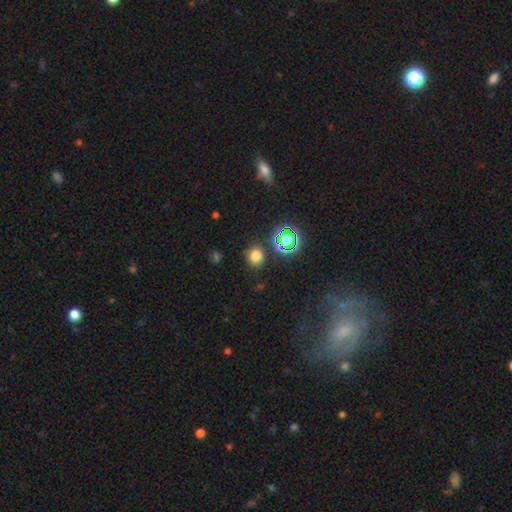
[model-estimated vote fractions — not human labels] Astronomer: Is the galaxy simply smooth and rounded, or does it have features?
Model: smooth — 72%.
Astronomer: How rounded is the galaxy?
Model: round — 80%.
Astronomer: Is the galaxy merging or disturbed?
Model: none — 85%.